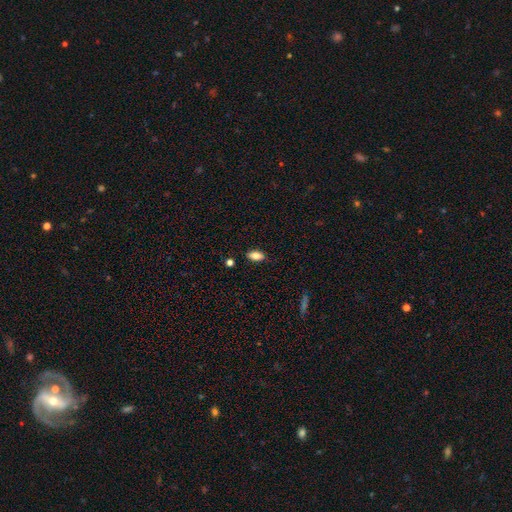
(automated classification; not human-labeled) Morphology: type=smooth (82%); roundness=in between (89%); merging=none (84%).